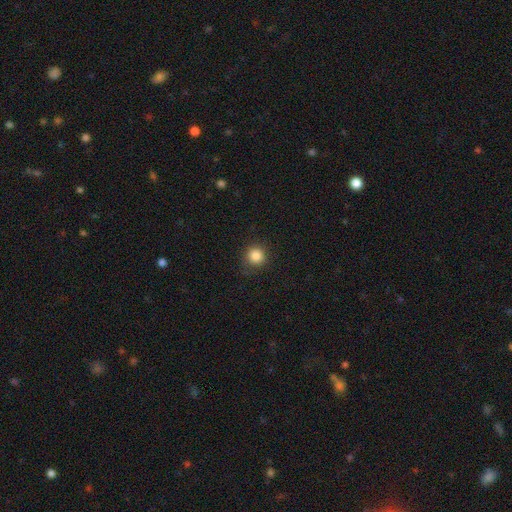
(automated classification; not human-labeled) Smooth or featured? smooth (85%)
How rounded? round (93%)
Merging? none (86%)